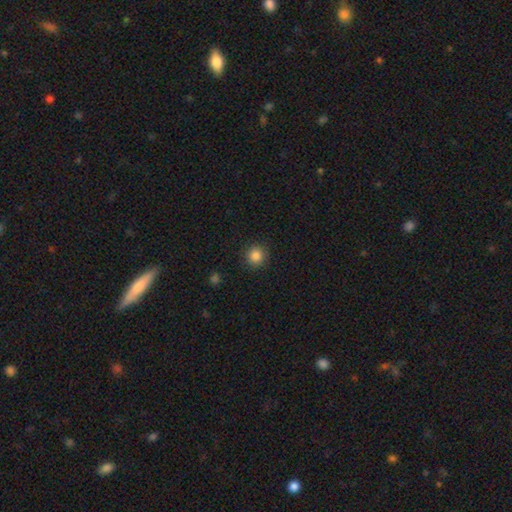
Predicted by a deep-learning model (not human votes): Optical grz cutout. It shows a smooth galaxy with no disk features (85%) that is round (93%). Merging: none (91%).